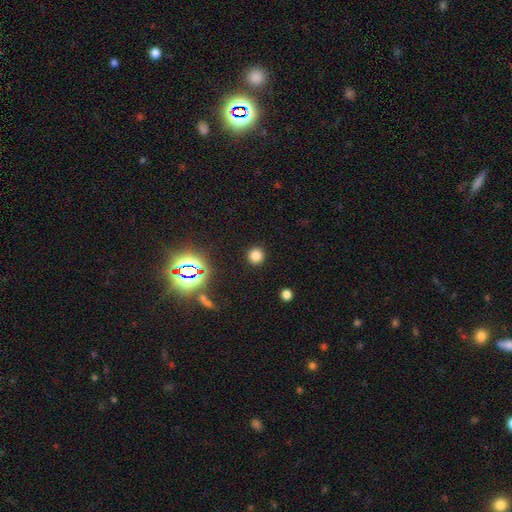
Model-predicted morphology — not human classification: Smooth or featured? smooth (77%)
How rounded? round (94%)
Merging? none (91%)